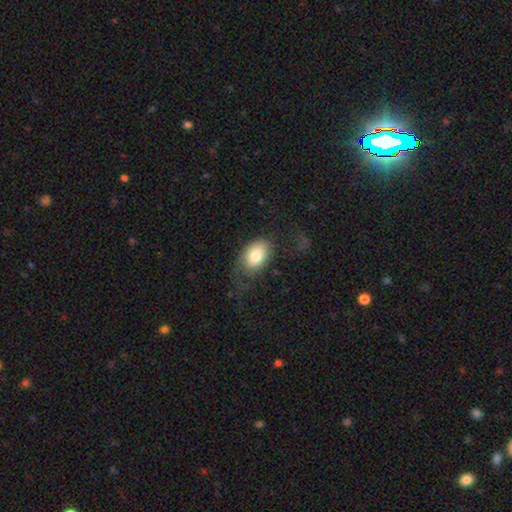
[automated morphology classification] This is likely a smooth galaxy (76%). How rounded: clearly in between (89%). Merging: possibly none (46%).